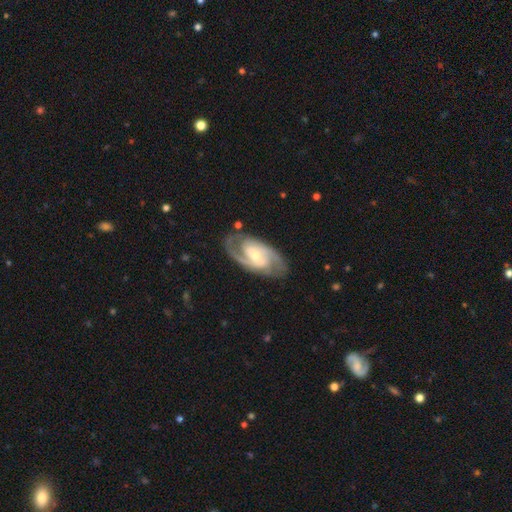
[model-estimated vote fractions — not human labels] Q: Smooth or featured?
A: featured or disk (87%); runner-up: smooth (8%)
Q: Edge-on disk?
A: no (95%); runner-up: yes (5%)
Q: Bar?
A: weak (43%); runner-up: no (40%)
Q: Spiral arms?
A: yes (97%); runner-up: no (3%)
Q: Spiral winding?
A: medium (50%); runner-up: tight (39%)
Q: Spiral arm count?
A: 2 (79%); runner-up: 3 (9%)
Q: Bulge size?
A: small (48%); runner-up: moderate (47%)
Q: Merging?
A: none (79%); runner-up: minor disturbance (14%)